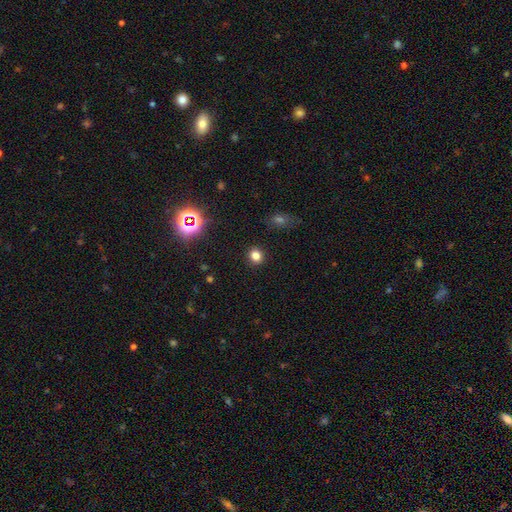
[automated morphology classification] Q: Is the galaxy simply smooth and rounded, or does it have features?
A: smooth — 78%.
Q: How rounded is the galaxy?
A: round — 82%.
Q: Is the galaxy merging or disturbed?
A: none — 90%.